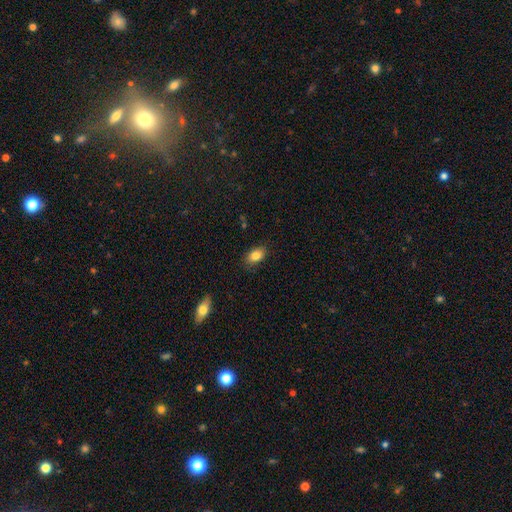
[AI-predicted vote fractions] This appears to be a smooth galaxy with no disk features (84%) that is in between round and cigar-shaped (87%). Merging: none (86%).